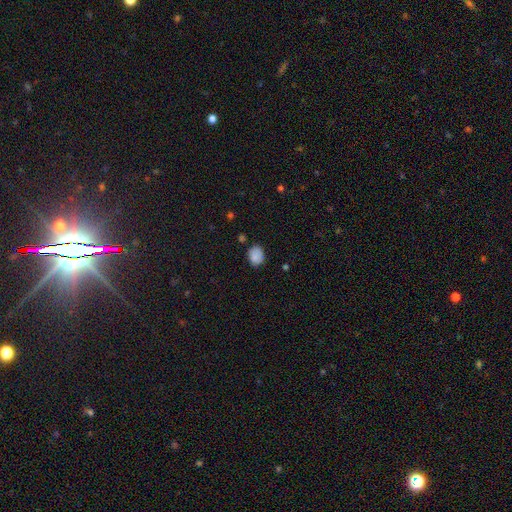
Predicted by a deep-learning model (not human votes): smooth 83%, star or artifact 9%, featured or disk 7%. Down the decision tree: how rounded — in between (58%); merging — none (74%).